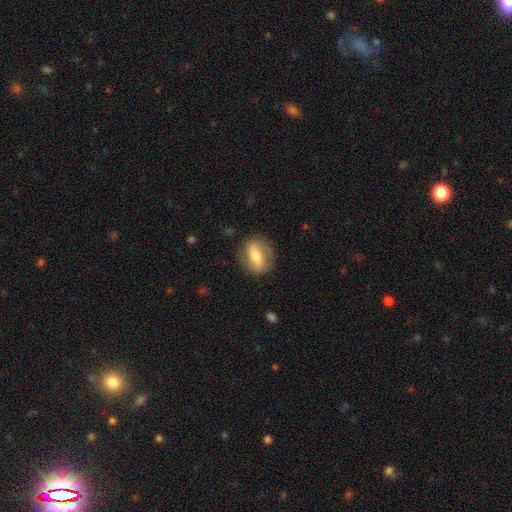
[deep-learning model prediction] This appears to be a featured or disk galaxy (48%). Merging: none (82%).